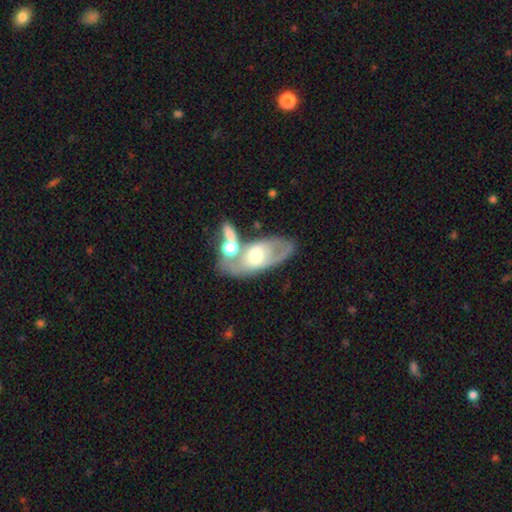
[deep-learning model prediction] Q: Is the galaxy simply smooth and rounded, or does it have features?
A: featured or disk — 58%.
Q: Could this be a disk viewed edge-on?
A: no — 86%.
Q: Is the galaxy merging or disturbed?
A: none — 40%.